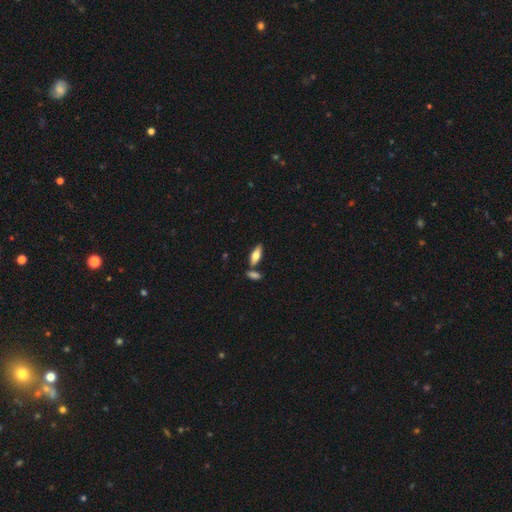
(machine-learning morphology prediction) A smooth galaxy with no disk features (64%) that is in between round and cigar-shaped (72%).

Vote fractions:
- Smooth or featured? smooth: 64% / featured or disk: 30% / star or artifact: 6%
- How rounded? in between: 72% / cigar-shaped: 25% / round: 3%
- Merging? none: 73% / merger: 14% / minor disturbance: 10% / major disturbance: 3%